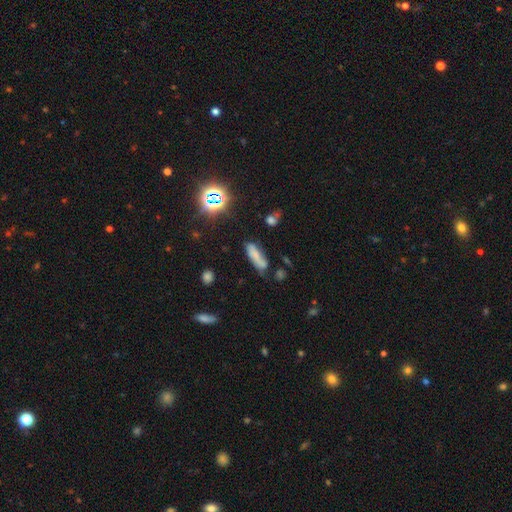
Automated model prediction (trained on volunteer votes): A smooth galaxy with no disk features (63%) that is cigar-shaped (53%). Merging: none (57%).